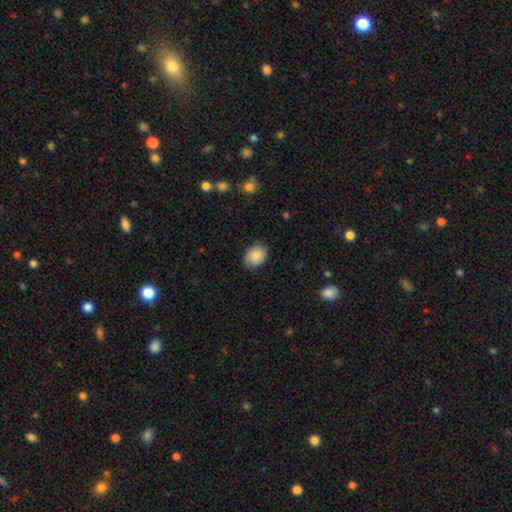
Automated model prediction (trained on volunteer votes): smooth-or-featured: smooth: 81% | featured or disk: 12% | star or artifact: 7%
  how-rounded: in between: 61% | round: 38% | cigar-shaped: 1%
  merging: none: 75% | minor disturbance: 21% | major disturbance: 3% | merger: 1%